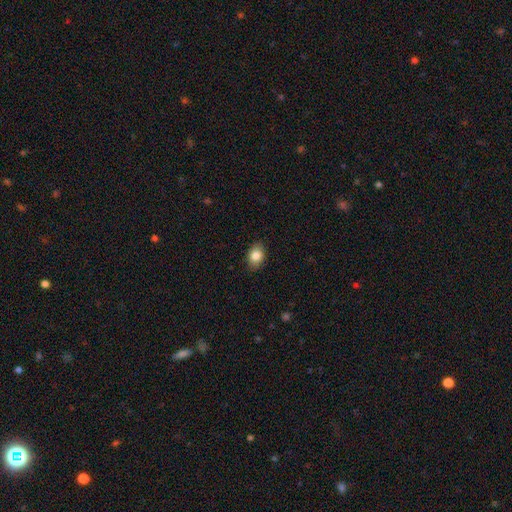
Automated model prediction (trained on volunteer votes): smooth_or_featured: smooth (p=0.84) [alt: star or artifact p=0.08]
how_rounded: in between (p=0.73) [alt: round p=0.26]
merging: none (p=0.85) [alt: minor disturbance p=0.11]